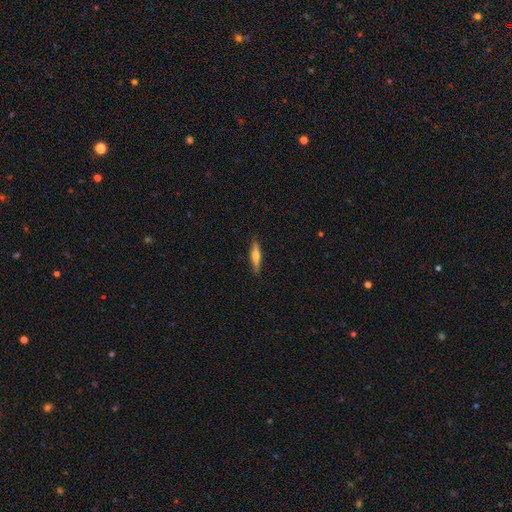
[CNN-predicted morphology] This is possibly a featured or disk galaxy (48%). Merging: clearly none (89%).